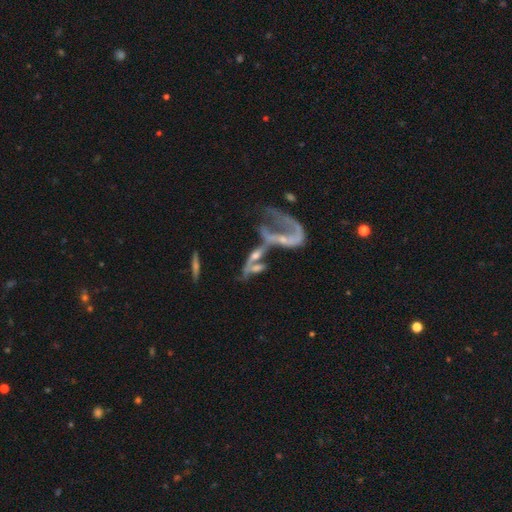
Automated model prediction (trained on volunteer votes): The model was most divided on "spiral arms" (2-way tie): yes: 50%, no: 50%. Remaining: edge-on disk — no (88%); smooth or featured — featured or disk (70%); bar — no (68%); merging — merger (52%); bulge size — small (43%).